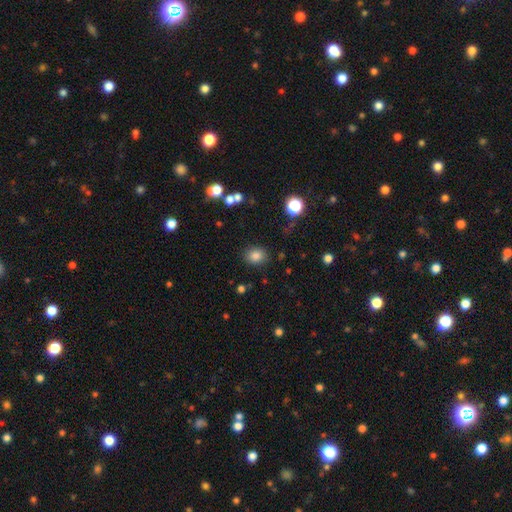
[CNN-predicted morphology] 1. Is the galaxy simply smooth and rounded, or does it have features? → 83% smooth, 12% star or artifact, 6% featured or disk.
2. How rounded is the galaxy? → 59% round, 40% in between, 1% cigar-shaped.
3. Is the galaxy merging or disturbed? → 86% none, 9% minor disturbance, 3% major disturbance, 2% merger.